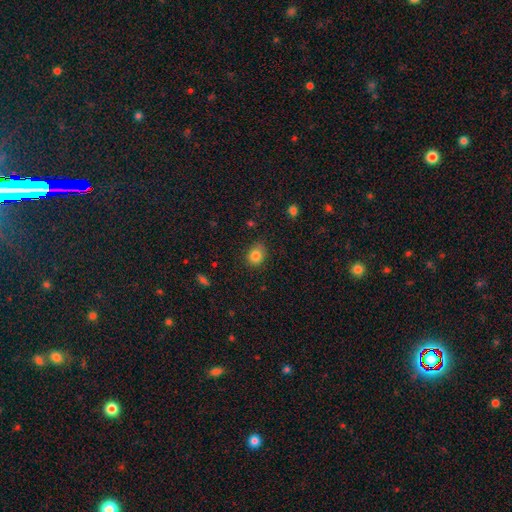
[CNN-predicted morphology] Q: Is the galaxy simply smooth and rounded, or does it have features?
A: smooth — 83%.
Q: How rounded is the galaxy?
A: round — 56%.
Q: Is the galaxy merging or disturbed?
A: none — 79%.